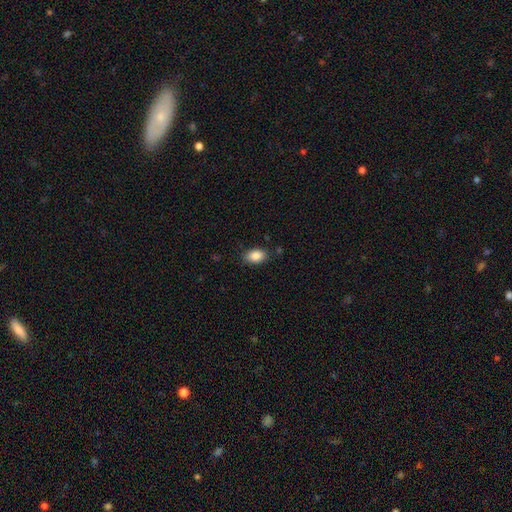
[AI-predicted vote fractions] This appears to be a smooth galaxy with no disk features (87%) that is in between round and cigar-shaped (88%). Merging: none (84%).